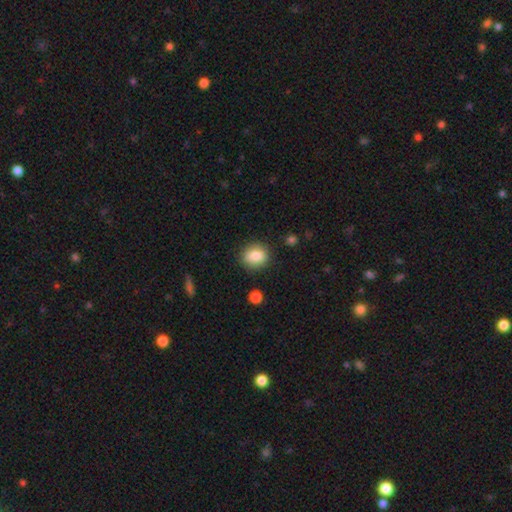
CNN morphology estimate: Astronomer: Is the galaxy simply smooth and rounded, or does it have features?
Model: smooth — 85%.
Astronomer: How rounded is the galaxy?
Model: round — 72%.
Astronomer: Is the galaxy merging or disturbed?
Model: none — 85%.